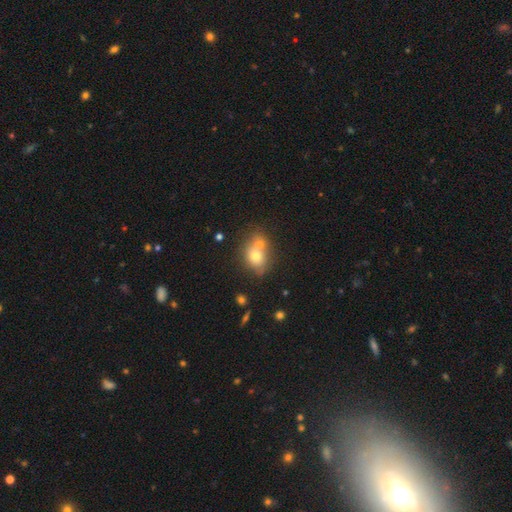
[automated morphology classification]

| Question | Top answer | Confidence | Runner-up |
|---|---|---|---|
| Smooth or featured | smooth | 68% | featured or disk (21%) |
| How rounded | round | 53% | in between (46%) |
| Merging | merger | 50% | none (35%) |